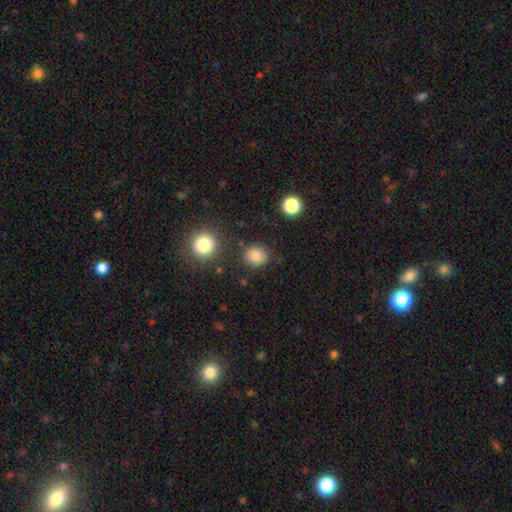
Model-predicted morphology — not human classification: A smooth galaxy with no disk features (83%) that is round (81%).

Vote fractions:
- Smooth or featured? smooth: 83% / star or artifact: 12% / featured or disk: 6%
- How rounded? round: 81% / in between: 19% / cigar-shaped: 1%
- Merging? none: 84% / minor disturbance: 9% / merger: 4% / major disturbance: 3%